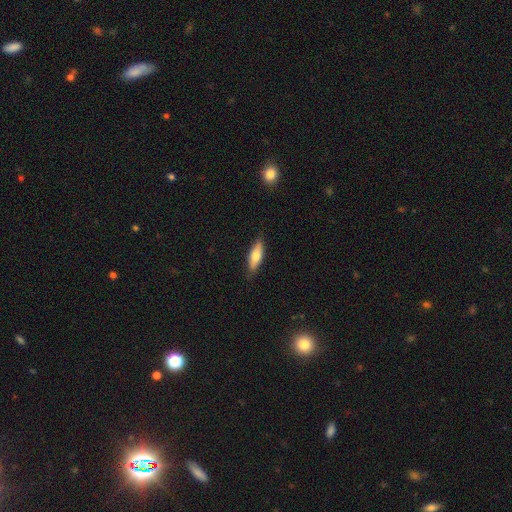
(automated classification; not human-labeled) A smooth galaxy with no disk features (67%) that is in between round and cigar-shaped (55%). Merging: none (84%).